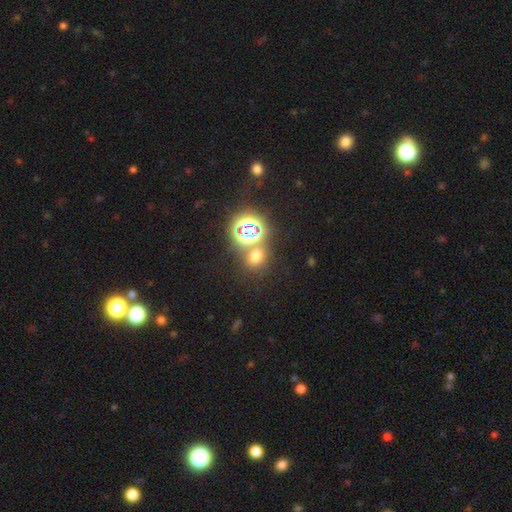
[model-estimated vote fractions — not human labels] A smooth galaxy with no disk features (54%) that is round (67%).

Vote fractions:
- Smooth or featured? smooth: 54% / star or artifact: 38% / featured or disk: 7%
- How rounded? round: 67% / in between: 31% / cigar-shaped: 1%
- Merging? none: 69% / merger: 19% / minor disturbance: 9% / major disturbance: 4%